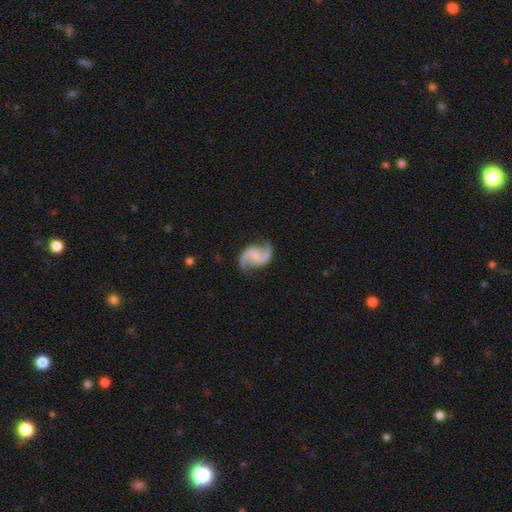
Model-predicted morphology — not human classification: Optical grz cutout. It shows a featured or disk galaxy (90%) with no bar (53%), 2 (94%) loose (53%) spiral arms (98%) and a small central bulge (47%). Merging: none (80%).